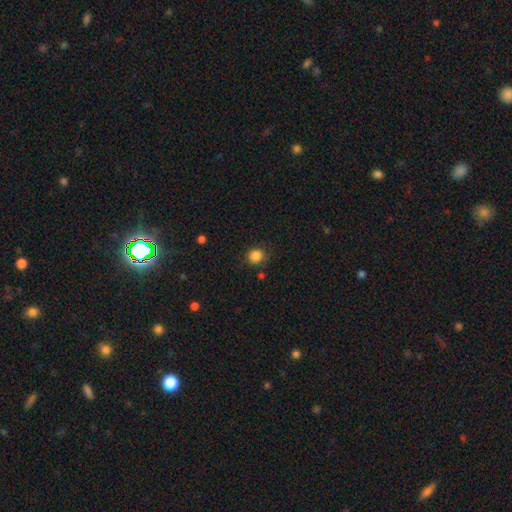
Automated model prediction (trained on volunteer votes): A smooth galaxy with no disk features (85%) that is round (86%).

Vote fractions:
- Smooth or featured? smooth: 85% / star or artifact: 11% / featured or disk: 4%
- How rounded? round: 86% / in between: 13% / cigar-shaped: 1%
- Merging? none: 82% / minor disturbance: 12% / major disturbance: 4% / merger: 2%